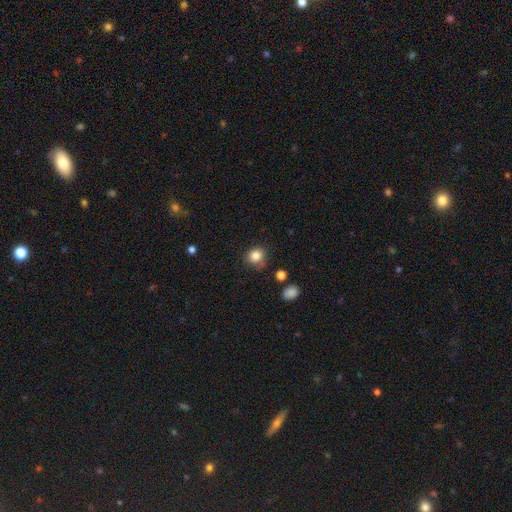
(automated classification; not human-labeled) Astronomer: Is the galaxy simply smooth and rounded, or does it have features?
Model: smooth — 83%.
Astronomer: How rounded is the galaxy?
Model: round — 82%.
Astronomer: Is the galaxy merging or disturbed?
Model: none — 73%.